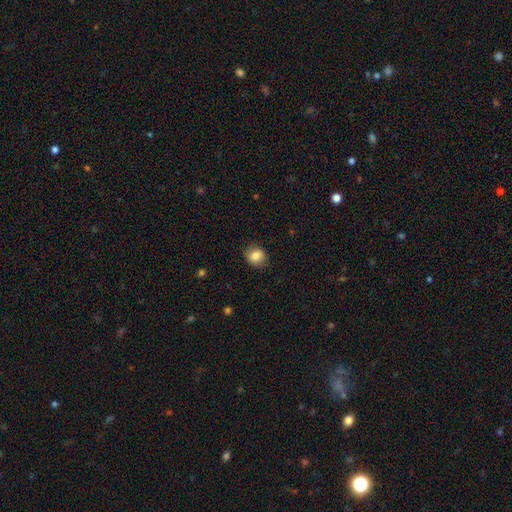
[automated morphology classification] Q: Smooth or featured?
A: smooth (84%); runner-up: star or artifact (9%)
Q: How rounded?
A: round (64%); runner-up: in between (35%)
Q: Merging?
A: none (85%); runner-up: minor disturbance (11%)